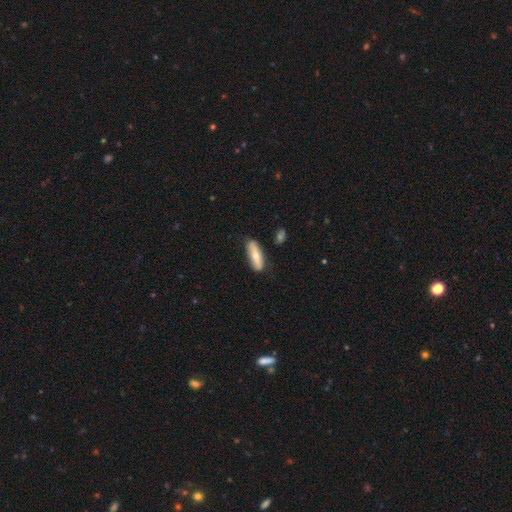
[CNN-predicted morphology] Smooth or featured? Predicted: smooth (p=0.59). How rounded? Predicted: in between (p=0.53). Merging? Predicted: none (p=0.78).